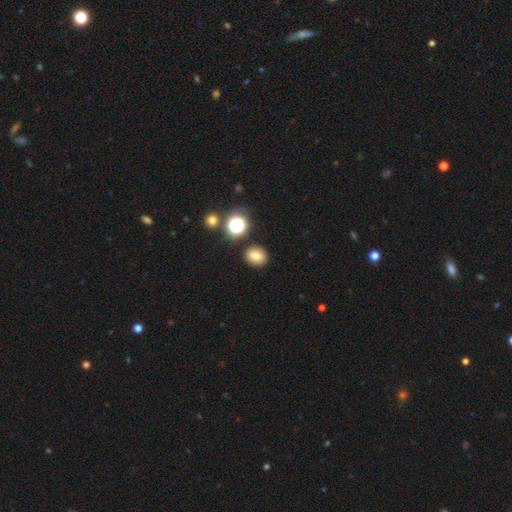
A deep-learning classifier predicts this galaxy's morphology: Smooth or featured?
  - smooth: 77% *
  - star or artifact: 14%
  - featured or disk: 10%
How rounded?
  - round: 64% *
  - in between: 35%
  - cigar-shaped: 1%
Merging?
  - none: 87% *
  - minor disturbance: 8%
  - merger: 3%
  - major disturbance: 2%